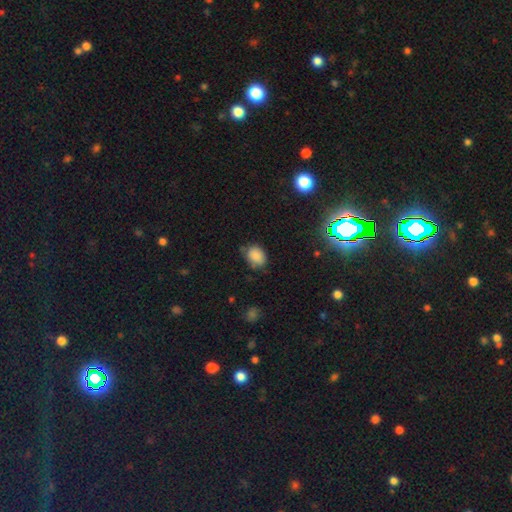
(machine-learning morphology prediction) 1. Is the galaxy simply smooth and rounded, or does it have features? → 83% smooth, 11% star or artifact, 6% featured or disk.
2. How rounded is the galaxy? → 62% in between, 37% round, 1% cigar-shaped.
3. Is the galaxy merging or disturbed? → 64% none, 27% minor disturbance, 6% major disturbance, 3% merger.